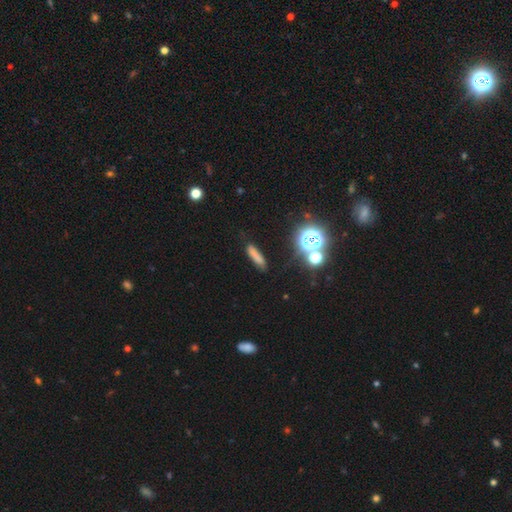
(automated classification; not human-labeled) This is likely a smooth galaxy (72%). How rounded: likely cigar-shaped (79%). Merging: clearly none (83%).